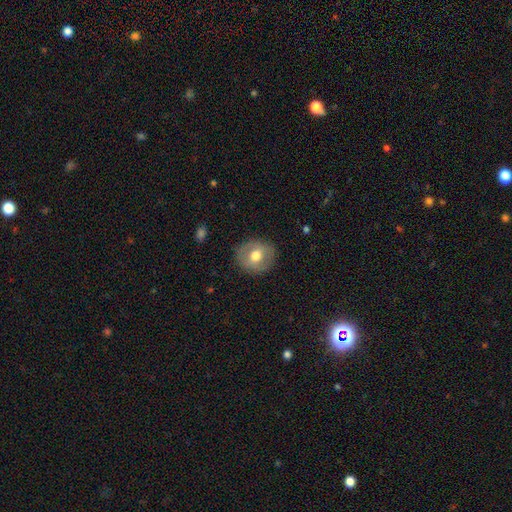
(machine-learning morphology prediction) This is possibly a smooth galaxy (58%). How rounded: likely round (77%). Merging: clearly none (84%).